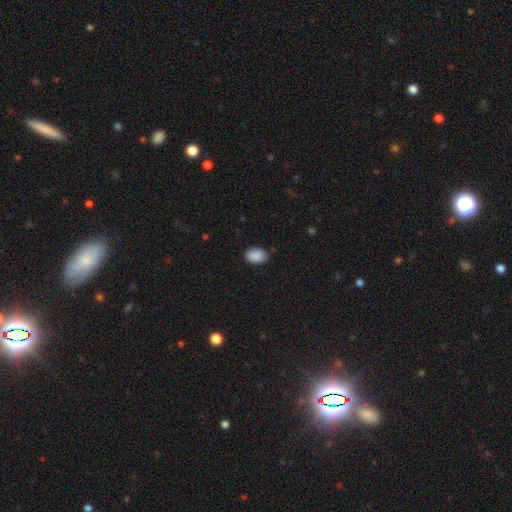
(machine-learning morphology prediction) A smooth galaxy with no disk features (90%) that is in between round and cigar-shaped (78%).

Vote fractions:
- Smooth or featured? smooth: 90% / star or artifact: 8% / featured or disk: 3%
- How rounded? in between: 78% / round: 21% / cigar-shaped: 1%
- Merging? none: 87% / minor disturbance: 10% / major disturbance: 2% / merger: 1%